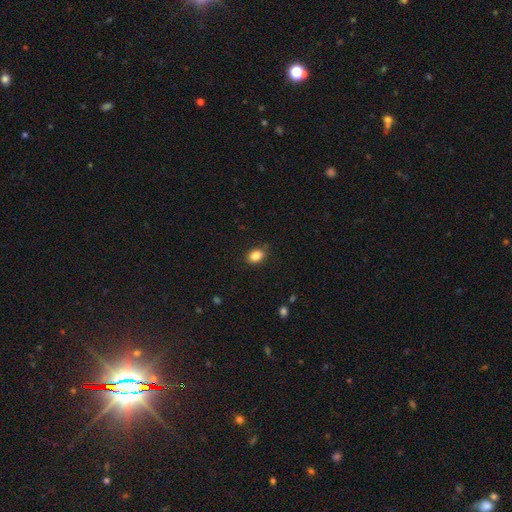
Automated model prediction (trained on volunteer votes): Q: Smooth or featured?
A: smooth (86%); runner-up: star or artifact (9%)
Q: How rounded?
A: in between (75%); runner-up: round (24%)
Q: Merging?
A: none (85%); runner-up: minor disturbance (11%)